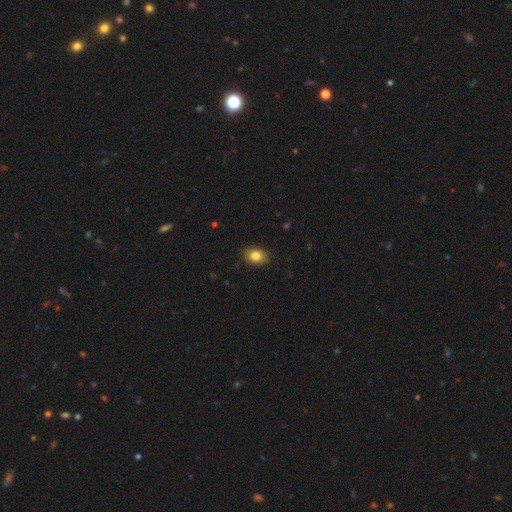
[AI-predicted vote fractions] smooth-or-featured: smooth: 84% | star or artifact: 9% | featured or disk: 7%
  how-rounded: in between: 74% | round: 24% | cigar-shaped: 1%
  merging: none: 87% | minor disturbance: 10% | major disturbance: 2% | merger: 1%